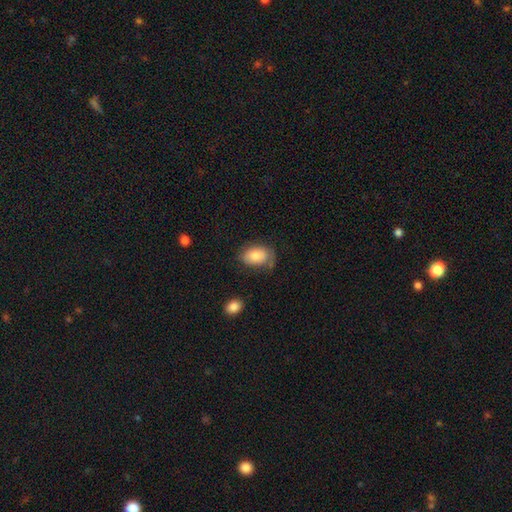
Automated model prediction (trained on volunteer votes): smooth_or_featured: smooth (p=0.77) [alt: featured or disk p=0.16]
how_rounded: in between (p=0.81) [alt: round p=0.18]
merging: none (p=0.59) [alt: minor disturbance p=0.27]